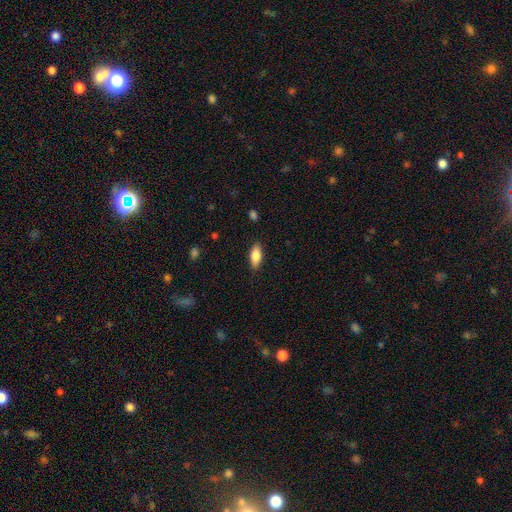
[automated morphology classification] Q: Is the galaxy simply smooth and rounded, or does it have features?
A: smooth — 81%.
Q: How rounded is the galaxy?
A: in between — 84%.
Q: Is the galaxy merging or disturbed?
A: none — 87%.